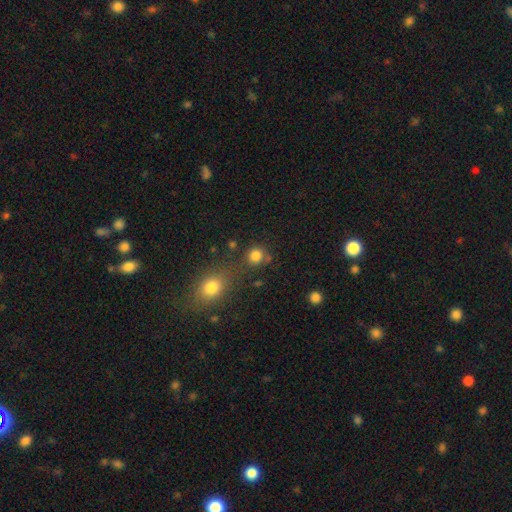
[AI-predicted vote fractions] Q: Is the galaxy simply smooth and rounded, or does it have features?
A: smooth — 81%.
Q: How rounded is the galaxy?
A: round — 86%.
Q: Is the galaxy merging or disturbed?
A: none — 69%.